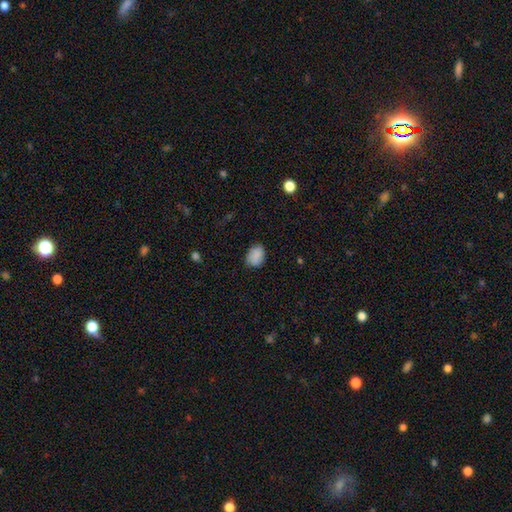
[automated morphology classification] type=smooth (87%); roundness=in between (70%); merging=none (75%).